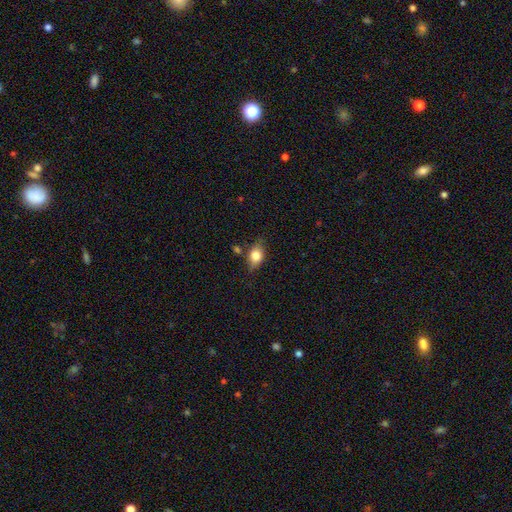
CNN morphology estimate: This is likely a smooth galaxy (77%). How rounded: likely in between (75%). Merging: likely none (71%).